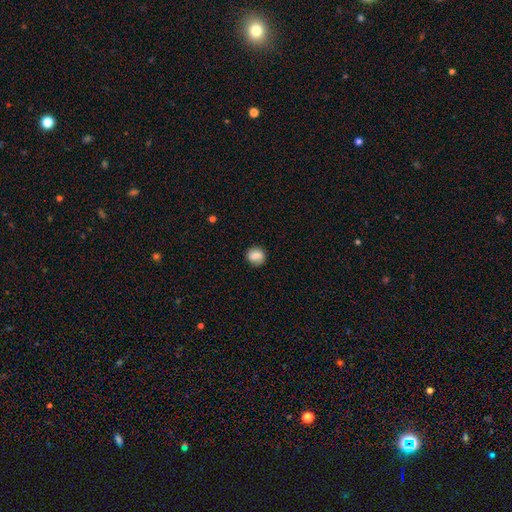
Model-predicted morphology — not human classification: Overall: smooth (82%). How rounded: round (80%). Merging: none (79%).